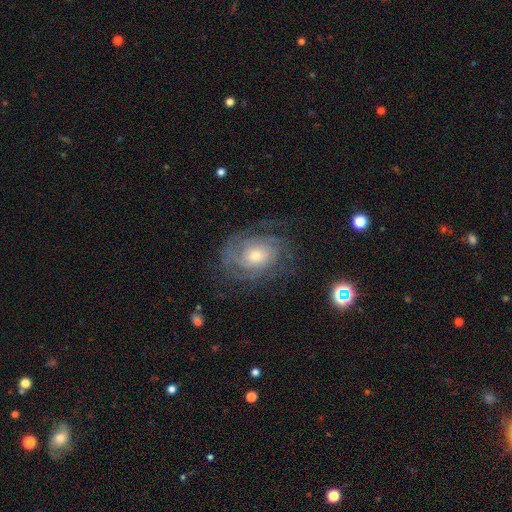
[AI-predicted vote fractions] Q: Smooth or featured?
A: featured or disk (81%); runner-up: smooth (11%)
Q: Edge-on disk?
A: no (97%); runner-up: yes (3%)
Q: Bar?
A: no (76%); runner-up: weak (20%)
Q: Spiral arms?
A: yes (93%); runner-up: no (7%)
Q: Spiral winding?
A: tight (66%); runner-up: medium (26%)
Q: Spiral arm count?
A: can't tell (42%); runner-up: 2 (20%)
Q: Bulge size?
A: moderate (47%); runner-up: small (45%)
Q: Merging?
A: none (70%); runner-up: minor disturbance (17%)